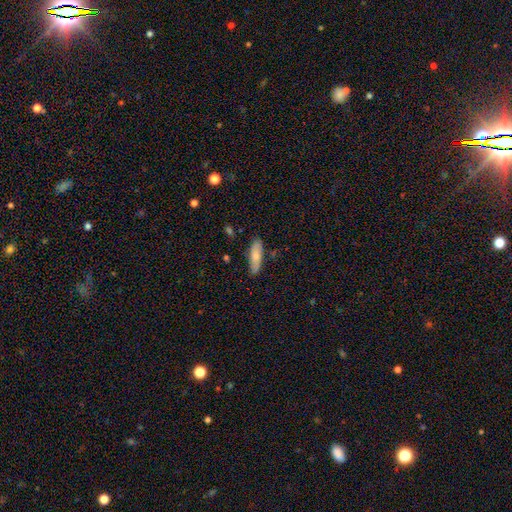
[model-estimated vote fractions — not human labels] Overall: smooth (73%). How rounded: in between (51%; cigar-shaped 47%). Merging: none (82%).